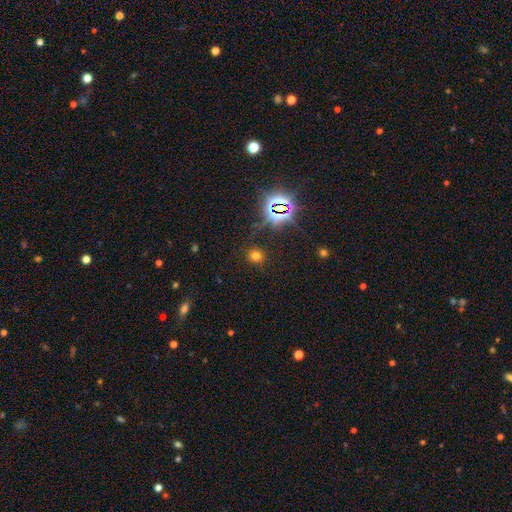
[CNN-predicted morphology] This appears to be a smooth galaxy with no disk features (63%) that is round (86%). Merging: none (86%).